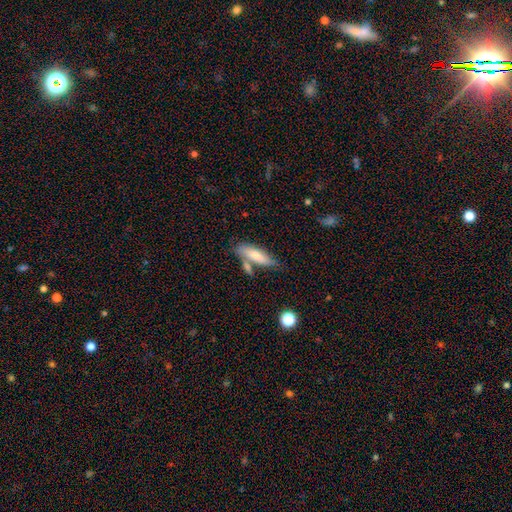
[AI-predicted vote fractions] Smooth or featured? Predicted: smooth (p=0.73). How rounded? Predicted: cigar-shaped (p=0.55). Merging? Predicted: none (p=0.55).